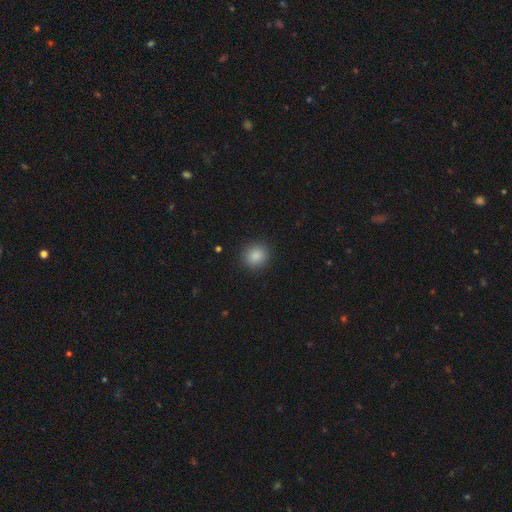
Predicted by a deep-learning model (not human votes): smooth 87%, star or artifact 10%, featured or disk 3%. Down the decision tree: how rounded — round (88%); merging — none (90%).